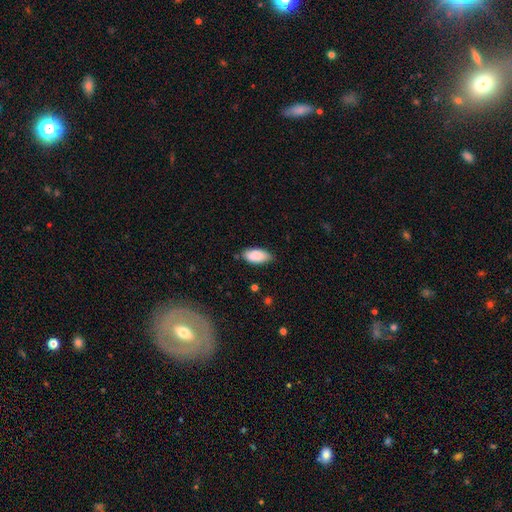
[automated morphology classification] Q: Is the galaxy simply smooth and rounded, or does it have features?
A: smooth — 88%.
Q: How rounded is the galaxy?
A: in between — 92%.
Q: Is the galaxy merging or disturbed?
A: none — 76%.